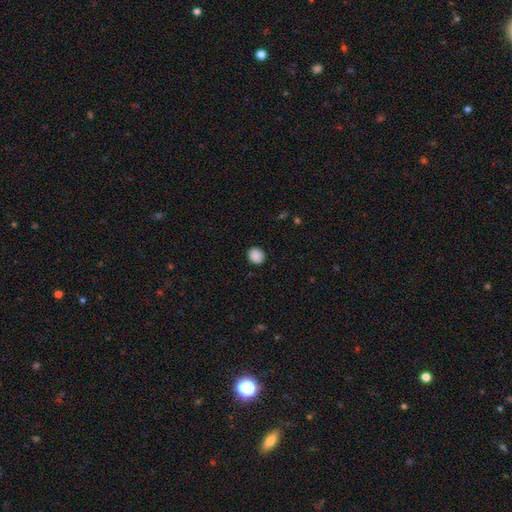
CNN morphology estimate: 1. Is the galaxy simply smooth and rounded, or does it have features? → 89% smooth, 9% star or artifact, 2% featured or disk.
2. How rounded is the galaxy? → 72% round, 27% in between, 1% cigar-shaped.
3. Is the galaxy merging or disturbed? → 89% none, 8% minor disturbance, 2% major disturbance, 1% merger.